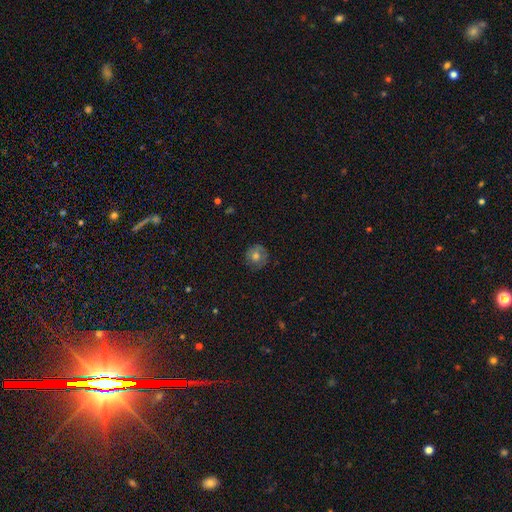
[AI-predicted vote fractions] Smooth or featured? Predicted: smooth (p=0.65). How rounded? Predicted: round (p=0.90). Merging? Predicted: none (p=0.77).